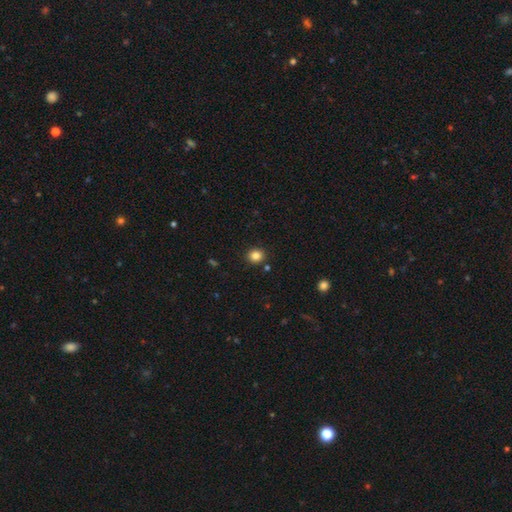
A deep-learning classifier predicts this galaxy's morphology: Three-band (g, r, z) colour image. It shows a smooth galaxy with no disk features (83%) that is round (82%). Merging: none (89%).